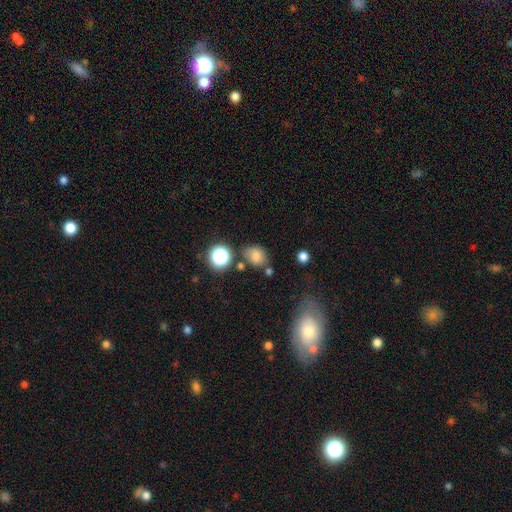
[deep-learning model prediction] Morphology: type=smooth (72%); roundness=round (56%); merging=none (70%).